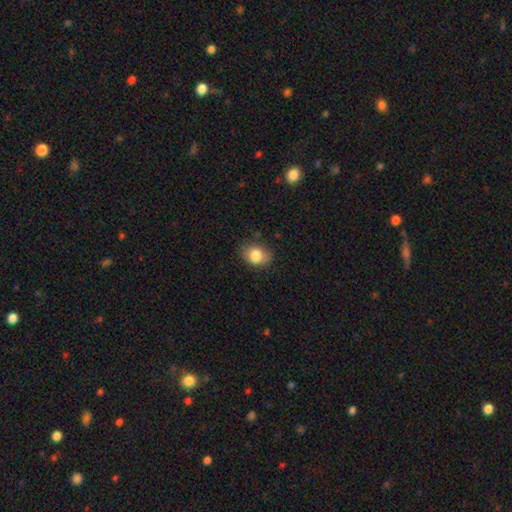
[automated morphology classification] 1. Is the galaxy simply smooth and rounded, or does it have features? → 82% smooth, 9% featured or disk, 9% star or artifact.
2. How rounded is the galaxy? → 62% in between, 37% round, 1% cigar-shaped.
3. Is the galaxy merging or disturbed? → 74% none, 20% minor disturbance, 5% major disturbance, 1% merger.